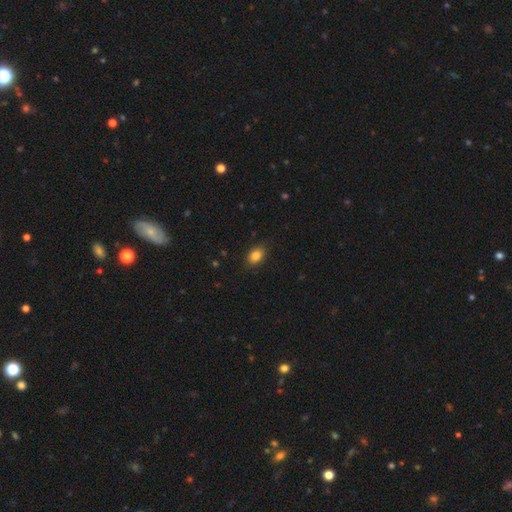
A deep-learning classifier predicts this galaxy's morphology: A smooth galaxy with no disk features (86%) that is in between round and cigar-shaped (76%). Merging: none (83%).